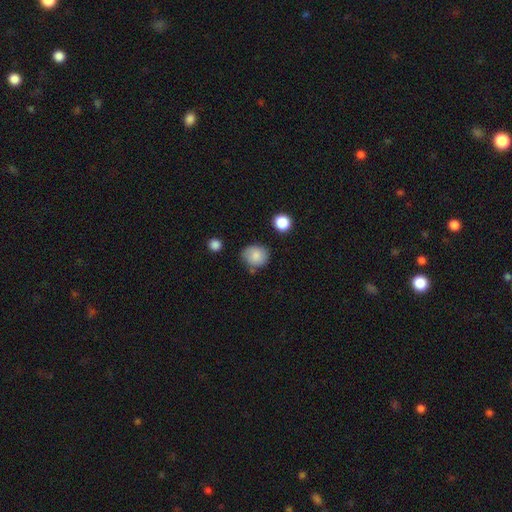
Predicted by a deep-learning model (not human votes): Overall: smooth (82%). How rounded: round (73%). Merging: none (69%).